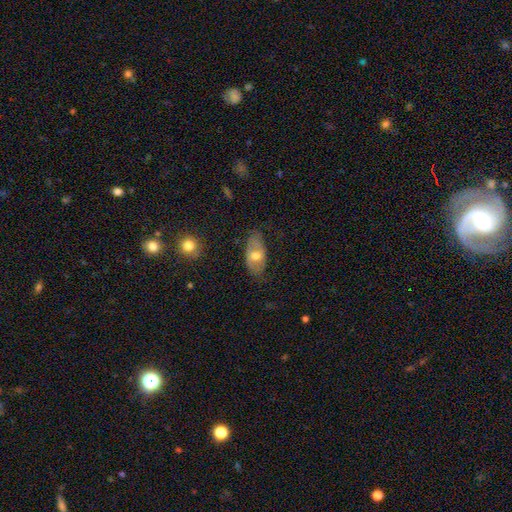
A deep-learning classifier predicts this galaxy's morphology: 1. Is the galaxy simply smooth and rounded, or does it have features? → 46% smooth (tied), 46% featured or disk (tied), 7% star or artifact.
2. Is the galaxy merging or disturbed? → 70% none, 23% minor disturbance, 6% major disturbance, 1% merger.